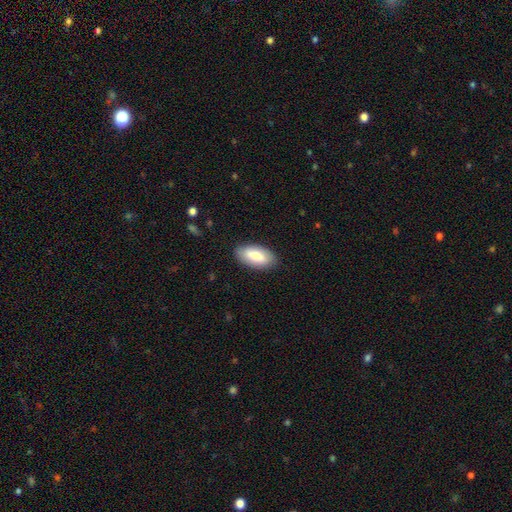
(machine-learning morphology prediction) The model was most divided on "smooth or featured": smooth: 77%, featured or disk: 17%, star or artifact: 6%. More confident: how rounded — in between (92%); merging — none (86%).